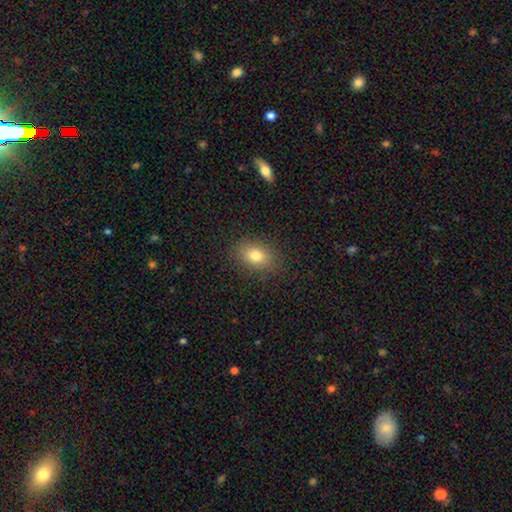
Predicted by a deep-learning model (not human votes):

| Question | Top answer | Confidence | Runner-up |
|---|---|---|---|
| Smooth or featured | smooth | 79% | star or artifact (11%) |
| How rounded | in between | 76% | round (22%) |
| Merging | none | 86% | minor disturbance (10%) |